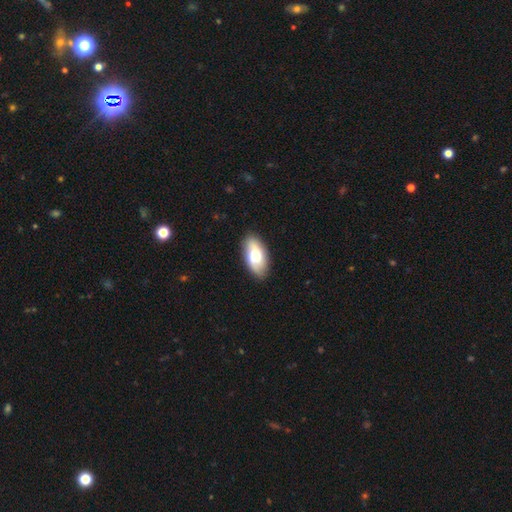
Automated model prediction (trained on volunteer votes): Overall: smooth (65%; featured or disk 29%). How rounded: in between (92%). Merging: none (85%).